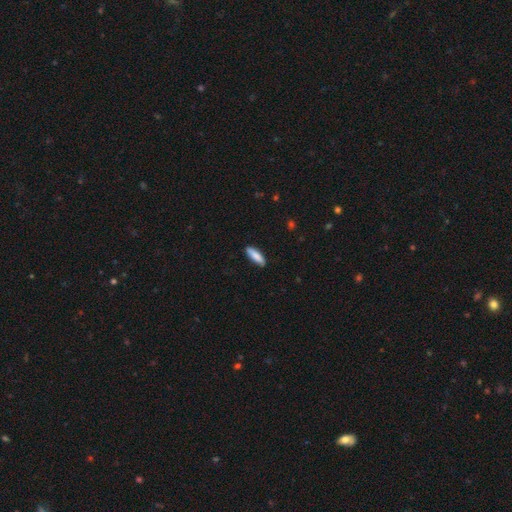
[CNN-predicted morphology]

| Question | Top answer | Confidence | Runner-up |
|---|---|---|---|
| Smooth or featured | smooth | 85% | featured or disk (9%) |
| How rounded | cigar-shaped | 58% | in between (41%) |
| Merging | none | 89% | minor disturbance (9%) |